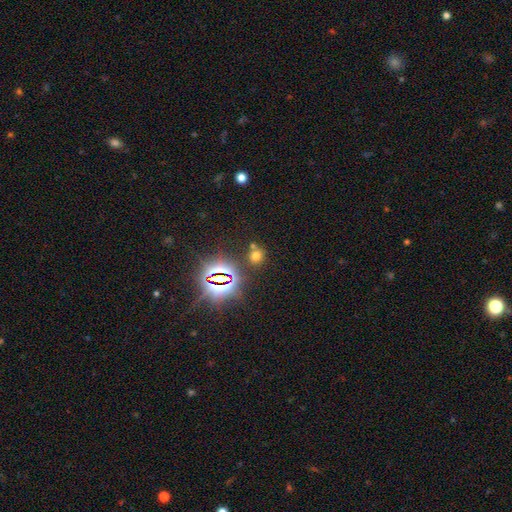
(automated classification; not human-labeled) smooth_or_featured: smooth (p=0.57) [alt: star or artifact p=0.35]
how_rounded: round (p=0.79) [alt: in between p=0.19]
merging: none (p=0.71) [alt: merger p=0.15]